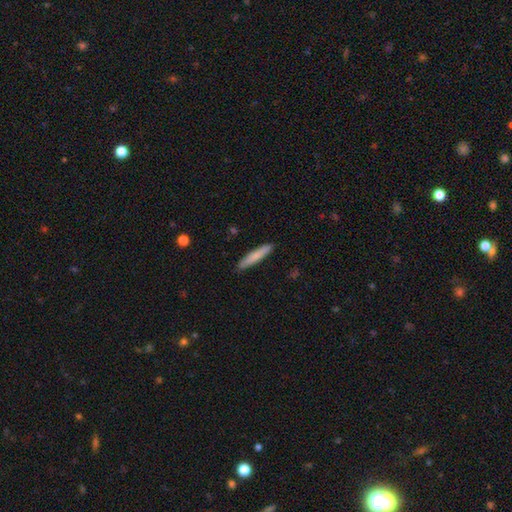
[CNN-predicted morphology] Smooth or featured? Predicted: smooth (p=0.77). How rounded? Predicted: cigar-shaped (p=0.92). Merging? Predicted: none (p=0.88).